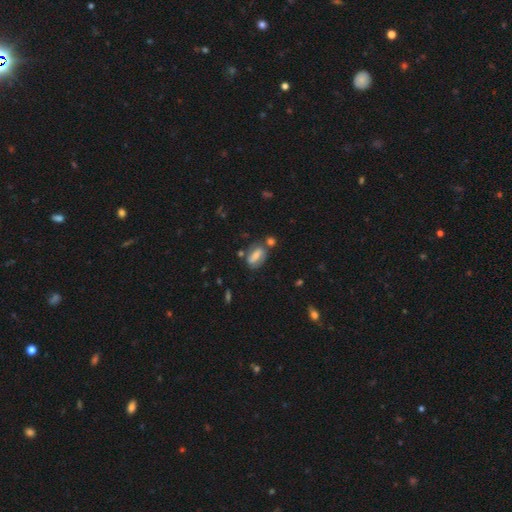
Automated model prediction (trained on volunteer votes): Overall: smooth (55%; featured or disk 36%). How rounded: in between (80%). Merging: none (59%; minor disturbance 19%).